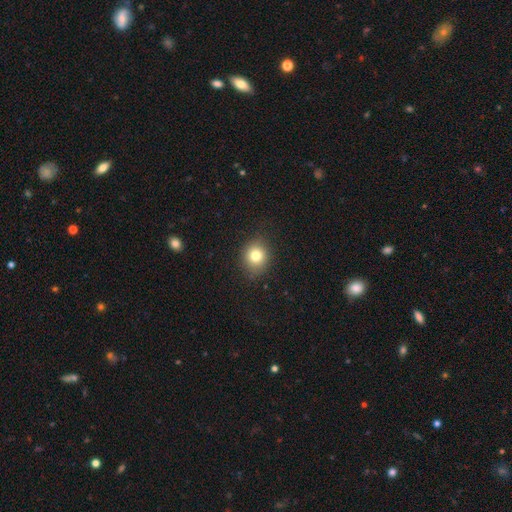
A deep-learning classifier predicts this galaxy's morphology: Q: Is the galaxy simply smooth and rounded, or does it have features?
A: smooth — 79%.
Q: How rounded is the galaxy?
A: round — 76%.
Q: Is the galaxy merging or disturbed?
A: none — 85%.